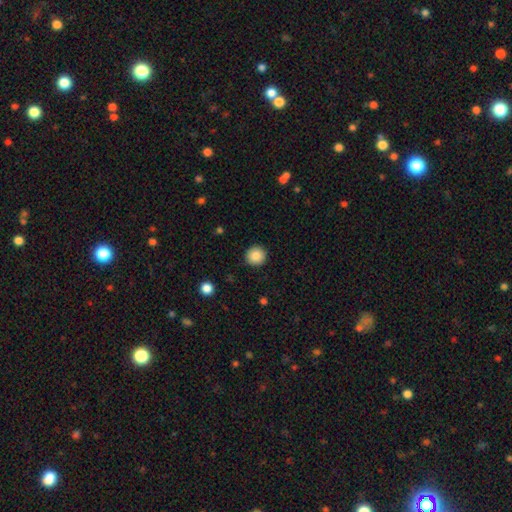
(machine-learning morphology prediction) Overall: smooth (86%). How rounded: round (95%). Merging: none (92%).